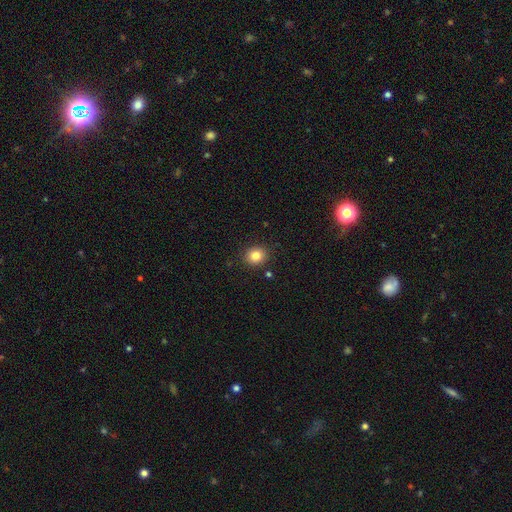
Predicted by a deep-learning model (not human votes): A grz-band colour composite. It shows a smooth galaxy with no disk features (83%) that is round (78%). Merging: none (89%).